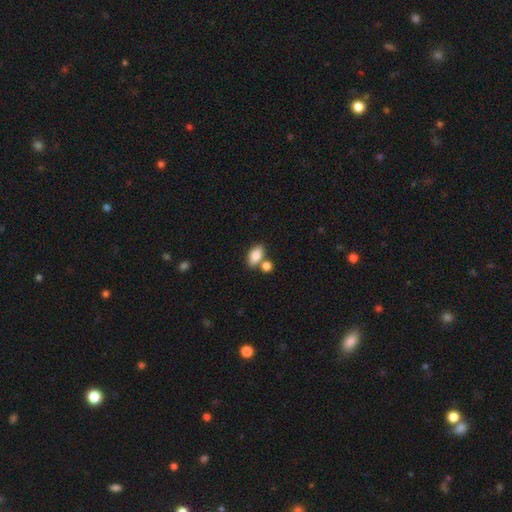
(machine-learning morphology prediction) Q: Smooth or featured?
A: smooth (82%); runner-up: featured or disk (10%)
Q: How rounded?
A: in between (88%); runner-up: round (8%)
Q: Merging?
A: none (60%); runner-up: merger (26%)